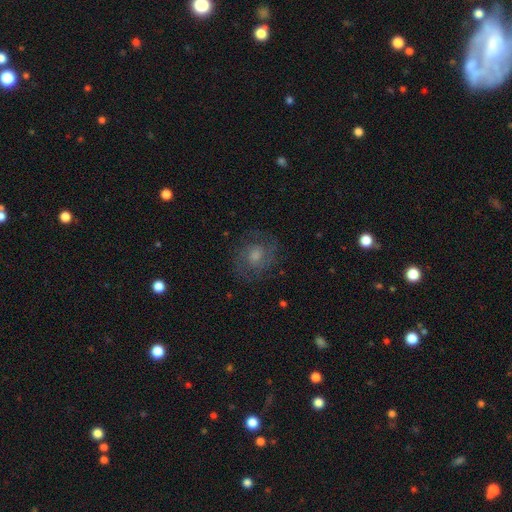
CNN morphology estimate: Smooth or featured? featured or disk (62%)
Edge-on disk? no (97%)
Bar? no (68%)
Spiral arms? yes (87%)
Spiral winding? medium (45%)
Spiral arm count? 2 (67%)
Bulge size? moderate (50%)
Merging? none (77%)